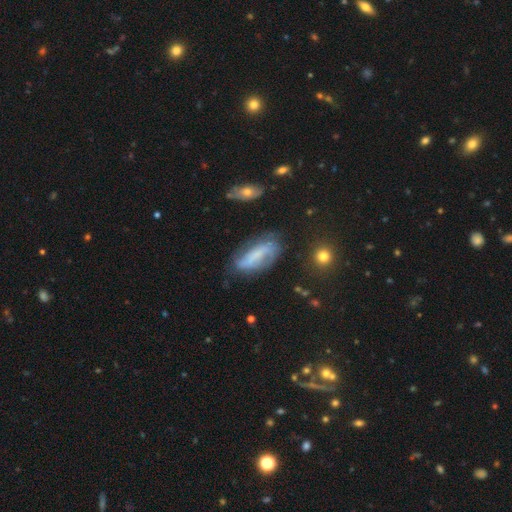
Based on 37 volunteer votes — This appears to be a featured or disk galaxy (57%) with no bar (41%), 2 (38%) tight (54%) spiral arms (76%) and no central bulge (59%). Merging: none (52%).